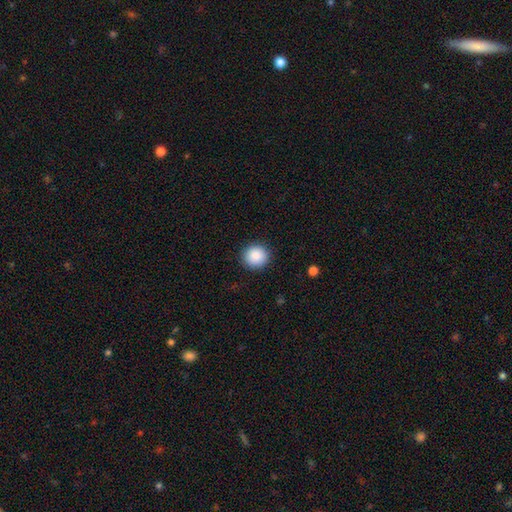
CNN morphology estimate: Smooth or featured: smooth — 89% (star or artifact — 8%)
How rounded: round — 92% (in between — 7%)
Merging: none — 91% (minor disturbance — 6%)